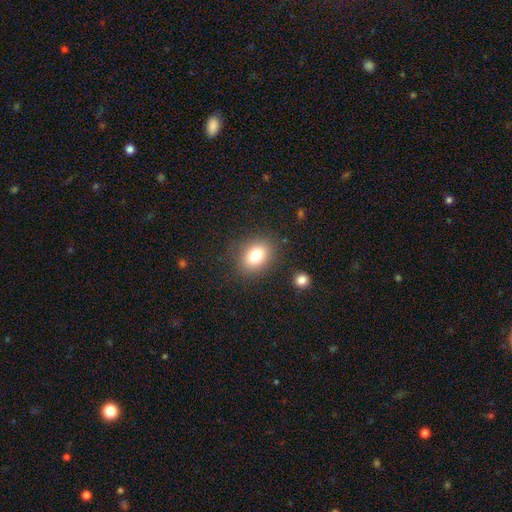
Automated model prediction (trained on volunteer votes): Overall: smooth (79%). How rounded: in between (61%; round 38%). Merging: none (84%).